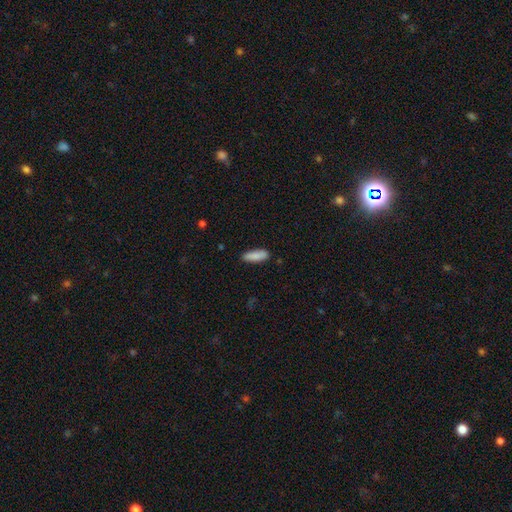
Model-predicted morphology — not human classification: A smooth galaxy with no disk features (88%) that is in between round and cigar-shaped (55%).

Vote fractions:
- Smooth or featured? smooth: 88% / featured or disk: 6% / star or artifact: 6%
- How rounded? in between: 55% / cigar-shaped: 43% / round: 2%
- Merging? none: 86% / minor disturbance: 10% / major disturbance: 2% / merger: 1%